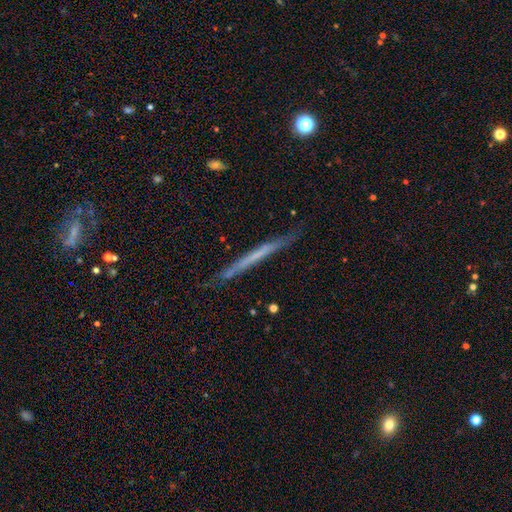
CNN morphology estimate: A featured or disk galaxy (51%) viewed edge-on (96%).

Vote fractions:
- Smooth or featured? featured or disk: 51% / smooth: 42% / star or artifact: 7%
- Edge-on disk? yes: 96% / no: 4%
- Merging? none: 83% / minor disturbance: 13% / major disturbance: 2% / merger: 2%